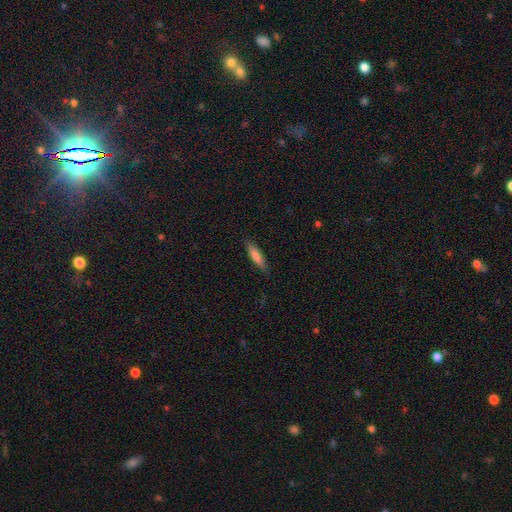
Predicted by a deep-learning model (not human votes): Overall: smooth (75%). How rounded: cigar-shaped (77%). Merging: none (87%).